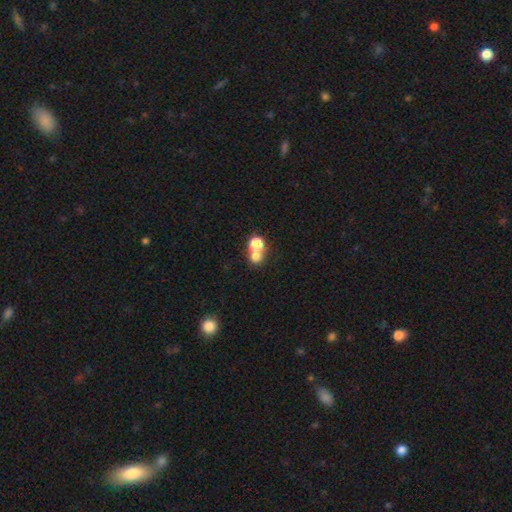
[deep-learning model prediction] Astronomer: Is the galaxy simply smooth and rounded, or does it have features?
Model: smooth — 71%.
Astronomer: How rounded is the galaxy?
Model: round — 81%.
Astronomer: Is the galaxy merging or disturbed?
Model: merger — 50% (runner-up: none, 40%).